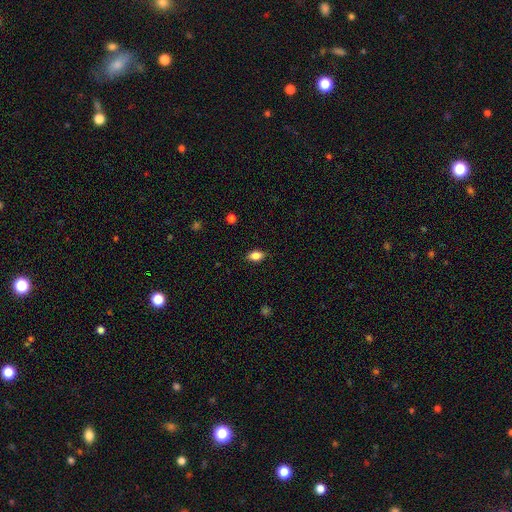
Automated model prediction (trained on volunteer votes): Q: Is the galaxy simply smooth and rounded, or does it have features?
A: smooth — 85%.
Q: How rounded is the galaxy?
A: in between — 87%.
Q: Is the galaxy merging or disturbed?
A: none — 87%.